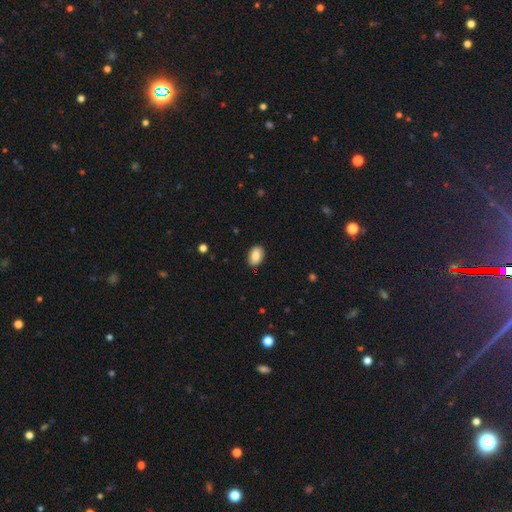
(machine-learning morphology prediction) smooth_or_featured: smooth (p=0.85) [alt: featured or disk p=0.08]
how_rounded: in between (p=0.87) [alt: round p=0.12]
merging: none (p=0.86) [alt: minor disturbance p=0.11]